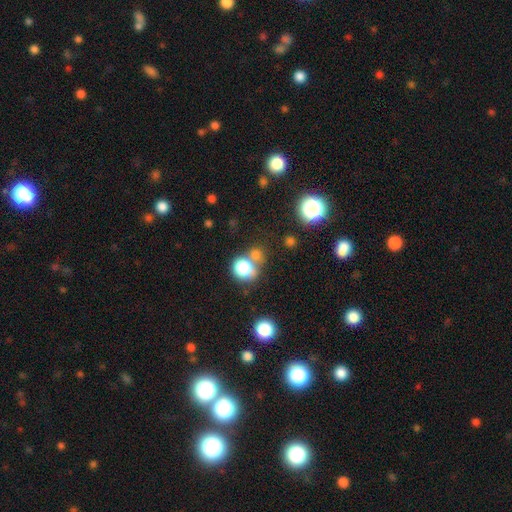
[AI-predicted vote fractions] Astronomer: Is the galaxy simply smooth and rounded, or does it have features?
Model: smooth — 52% (runner-up: star or artifact, 40%).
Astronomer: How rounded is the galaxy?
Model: round — 84%.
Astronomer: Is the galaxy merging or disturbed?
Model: none — 68%.